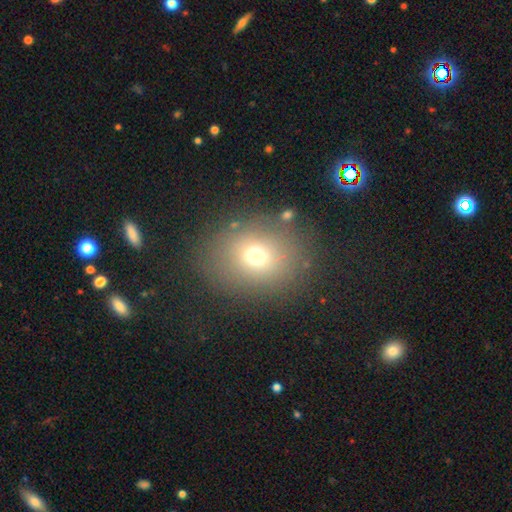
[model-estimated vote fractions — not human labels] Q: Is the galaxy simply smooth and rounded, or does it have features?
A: smooth — 70%.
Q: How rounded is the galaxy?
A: round — 60%.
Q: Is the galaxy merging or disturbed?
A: none — 81%.